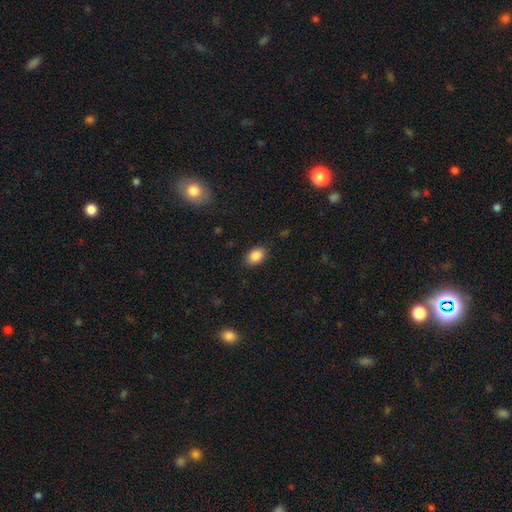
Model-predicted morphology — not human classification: smooth_or_featured: smooth (p=0.87) [alt: star or artifact p=0.08]
how_rounded: in between (p=0.76) [alt: round p=0.22]
merging: none (p=0.84) [alt: minor disturbance p=0.12]